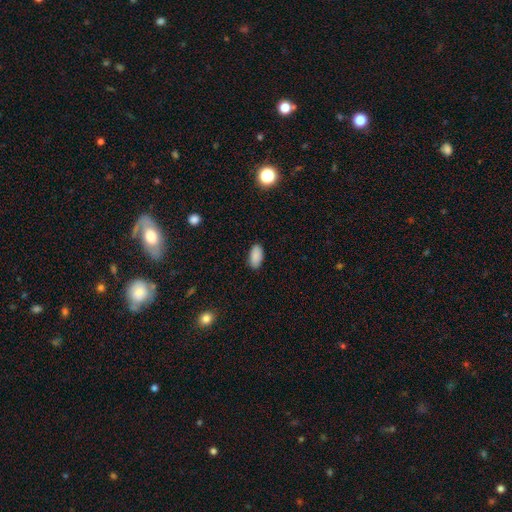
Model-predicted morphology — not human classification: type=smooth (88%); roundness=in between (93%); merging=none (87%).